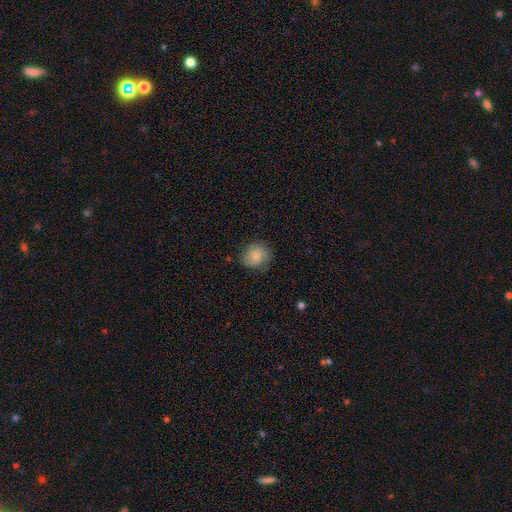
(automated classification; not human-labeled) The model was most divided on "merging": none: 71%, minor disturbance: 22%, major disturbance: 6%, merger: 1%. More confident: how rounded — round (77%); smooth or featured — smooth (71%).